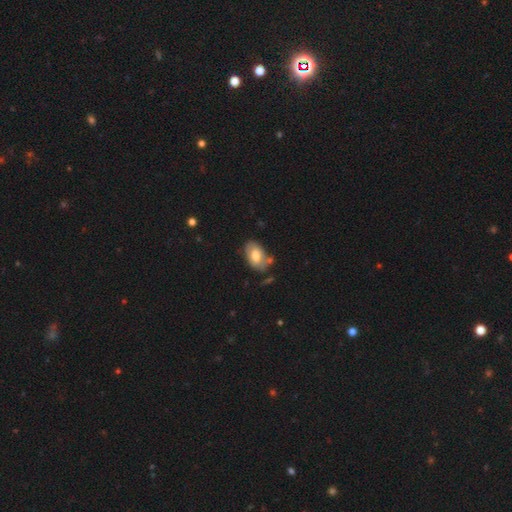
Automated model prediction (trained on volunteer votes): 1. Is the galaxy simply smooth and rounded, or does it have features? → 69% smooth, 25% featured or disk, 7% star or artifact.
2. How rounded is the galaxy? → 89% in between, 9% round, 1% cigar-shaped.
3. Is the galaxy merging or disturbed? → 62% none, 23% minor disturbance, 10% merger, 6% major disturbance.